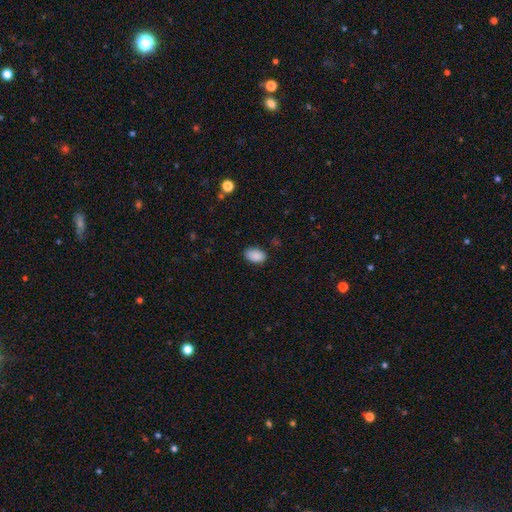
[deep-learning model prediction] A smooth galaxy with no disk features (88%) that is in between round and cigar-shaped (88%).

Vote fractions:
- Smooth or featured? smooth: 88% / star or artifact: 8% / featured or disk: 5%
- How rounded? in between: 88% / round: 11% / cigar-shaped: 1%
- Merging? none: 83% / minor disturbance: 13% / major disturbance: 3% / merger: 1%